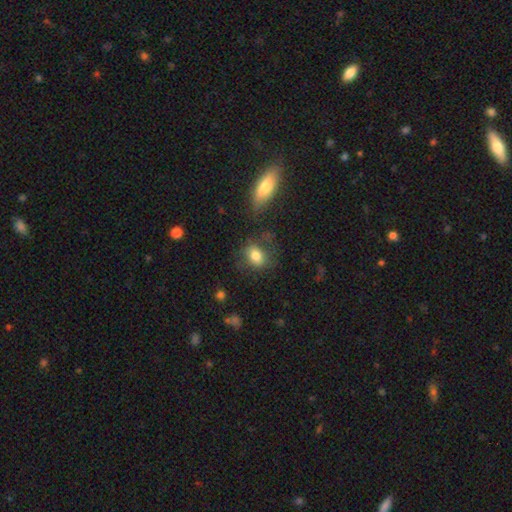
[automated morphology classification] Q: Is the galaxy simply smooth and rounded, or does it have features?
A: smooth — 78%.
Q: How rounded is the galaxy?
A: in between — 64%.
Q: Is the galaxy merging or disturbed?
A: none — 63%.